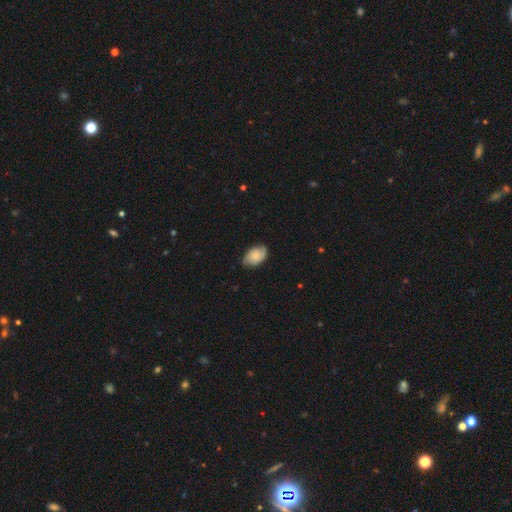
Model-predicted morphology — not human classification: This appears to be a featured or disk galaxy (50%). Merging: none (76%).